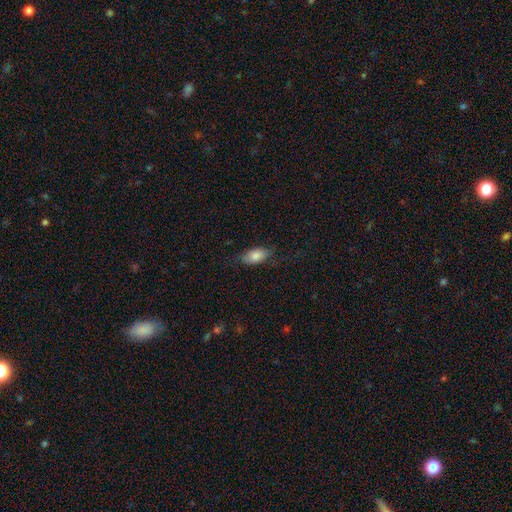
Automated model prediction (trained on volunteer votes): smooth 81%, featured or disk 13%, star or artifact 7%. Down the decision tree: how rounded — in between (89%); merging — none (72%).